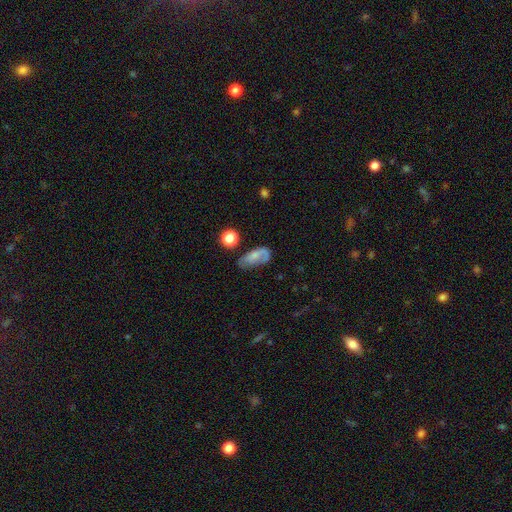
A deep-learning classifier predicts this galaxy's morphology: The model was most divided on "merging": none: 43%, minor disturbance: 29%, major disturbance: 22%, merger: 5%. More confident: how rounded — in between (86%); smooth or featured — smooth (54%).